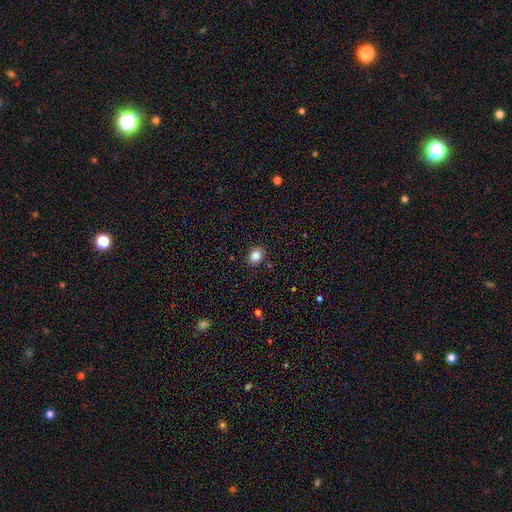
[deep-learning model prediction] This appears to be a smooth galaxy with no disk features (84%) that is round (50%). Merging: none (88%).